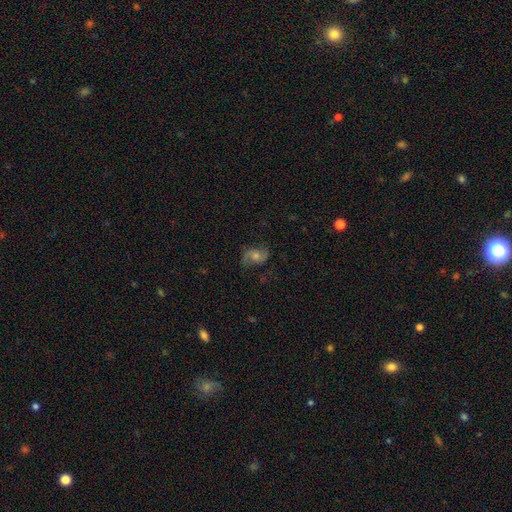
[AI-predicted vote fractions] This appears to be a featured or disk galaxy (67%) with no bar (67%), 2 (88%) loose (46%) spiral arms (91%) and a moderate central bulge (59%). Merging: none (73%).